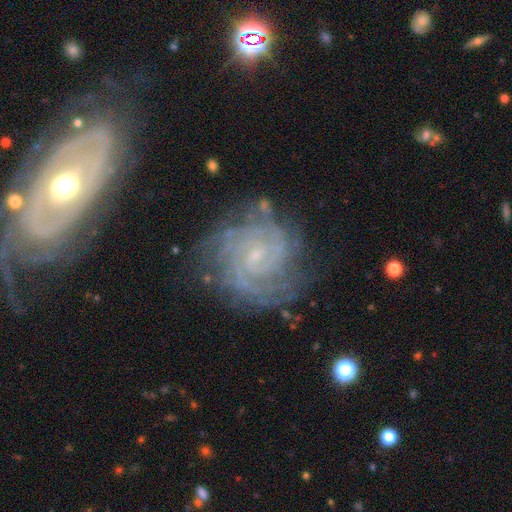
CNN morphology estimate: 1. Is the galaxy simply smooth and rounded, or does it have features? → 88% featured or disk, 7% star or artifact, 5% smooth.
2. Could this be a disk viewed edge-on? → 97% no, 3% yes.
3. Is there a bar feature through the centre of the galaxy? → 48% no, 41% weak, 11% strong.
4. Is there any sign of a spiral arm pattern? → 98% yes, 2% no.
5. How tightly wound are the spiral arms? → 74% tight, 23% medium, 4% loose.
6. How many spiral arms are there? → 31% 2, 22% can't tell, 20% 3, 14% 4, 7% more than 4, 6% 1.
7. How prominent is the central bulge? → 78% small, 12% moderate, 8% none, 1% large, 1% dominant.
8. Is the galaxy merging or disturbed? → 71% none, 17% minor disturbance, 8% major disturbance, 4% merger.